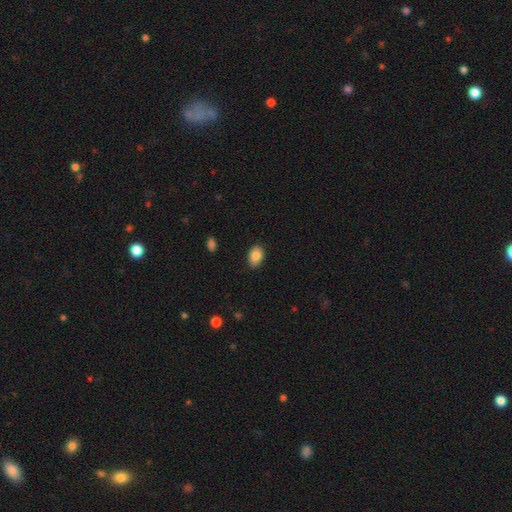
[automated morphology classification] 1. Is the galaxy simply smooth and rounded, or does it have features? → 87% smooth, 7% star or artifact, 6% featured or disk.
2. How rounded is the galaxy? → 86% in between, 13% round, 1% cigar-shaped.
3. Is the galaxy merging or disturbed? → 86% none, 11% minor disturbance, 2% major disturbance, 1% merger.